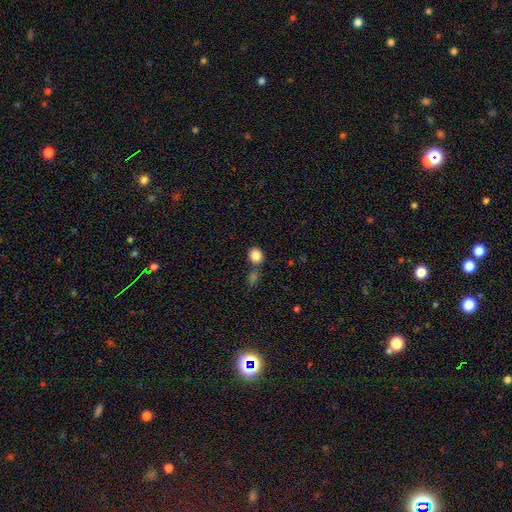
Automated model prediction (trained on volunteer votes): A smooth galaxy with no disk features (86%) that is round (75%).

Vote fractions:
- Smooth or featured? smooth: 86% / star or artifact: 10% / featured or disk: 5%
- How rounded? round: 75% / in between: 24% / cigar-shaped: 1%
- Merging? none: 67% / merger: 19% / minor disturbance: 10% / major disturbance: 4%